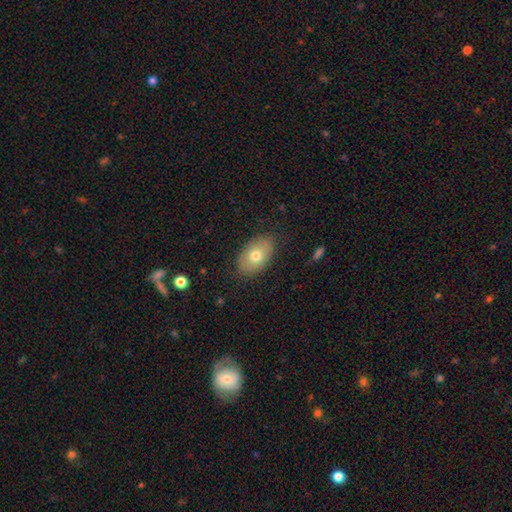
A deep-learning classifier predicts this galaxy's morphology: Q: Smooth or featured?
A: smooth (71%); runner-up: featured or disk (21%)
Q: How rounded?
A: in between (88%); runner-up: round (10%)
Q: Merging?
A: none (83%); runner-up: minor disturbance (13%)